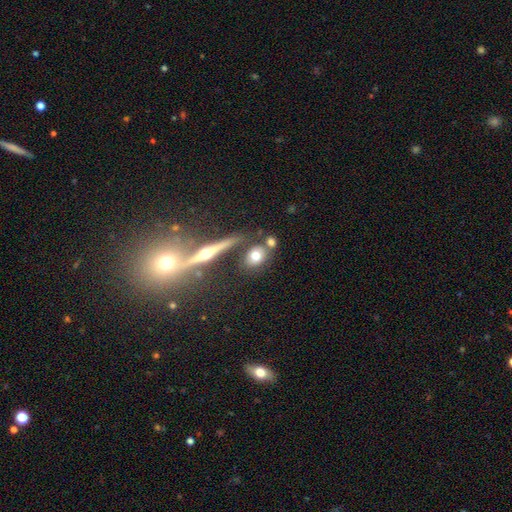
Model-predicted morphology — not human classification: This is likely a smooth galaxy (67%). How rounded: possibly in between (53%). Merging: likely none (65%).